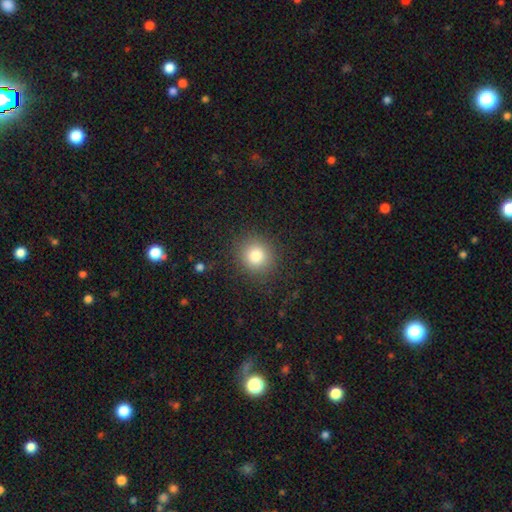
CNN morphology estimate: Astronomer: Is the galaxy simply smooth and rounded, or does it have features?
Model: smooth — 81%.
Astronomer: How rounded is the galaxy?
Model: round — 87%.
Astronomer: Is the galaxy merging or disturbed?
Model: none — 88%.